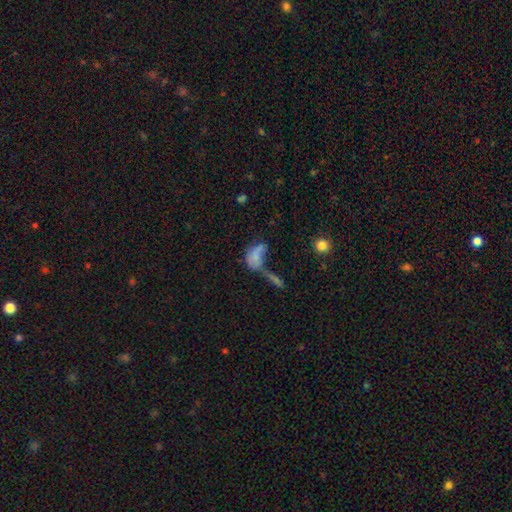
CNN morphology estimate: Smooth or featured: smooth — 62% (featured or disk — 24%)
How rounded: in between — 82% (round — 11%)
Merging: merger — 44% (major disturbance — 27%)